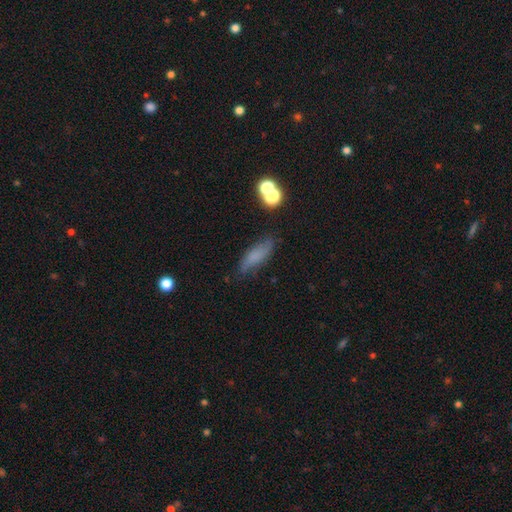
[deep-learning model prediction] smooth-or-featured: smooth: 63% | featured or disk: 25% | star or artifact: 12%
  how-rounded: in between: 55% | cigar-shaped: 41% | round: 4%
  merging: none: 65% | minor disturbance: 24% | major disturbance: 7% | merger: 4%